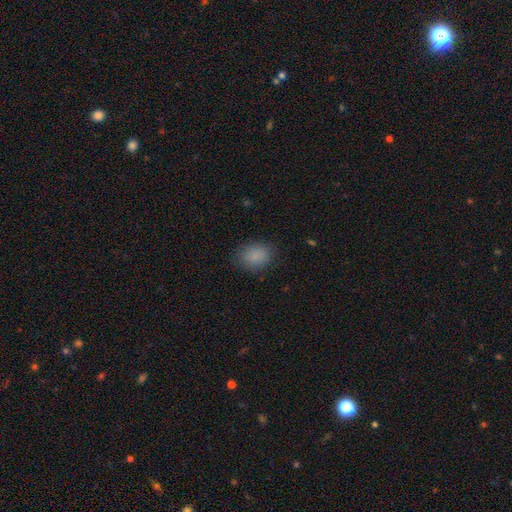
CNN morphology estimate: The model was most divided on "how rounded": in between: 61%, round: 38%, cigar-shaped: 1%. More confident: smooth or featured — smooth (86%); merging — none (84%).